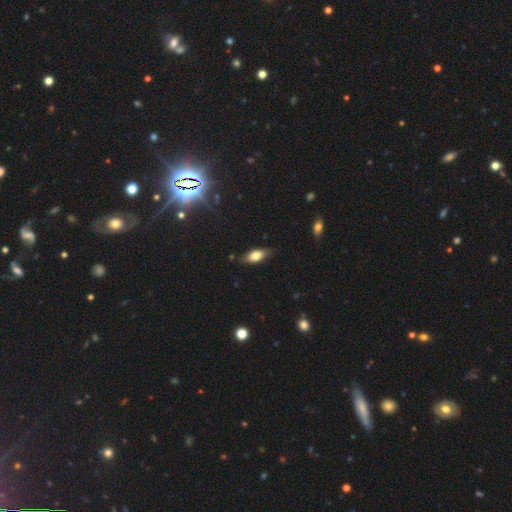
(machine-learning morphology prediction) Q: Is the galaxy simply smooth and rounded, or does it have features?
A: smooth — 69%.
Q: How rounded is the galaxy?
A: in between — 82%.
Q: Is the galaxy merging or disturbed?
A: none — 79%.